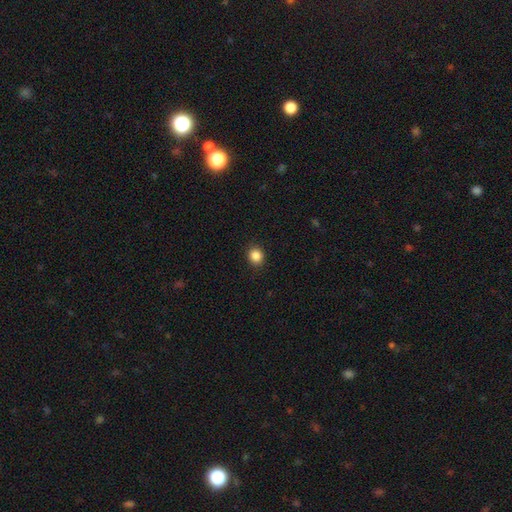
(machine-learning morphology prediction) smooth 86%, star or artifact 10%, featured or disk 3%. Down the decision tree: how rounded — round (84%); merging — none (90%).